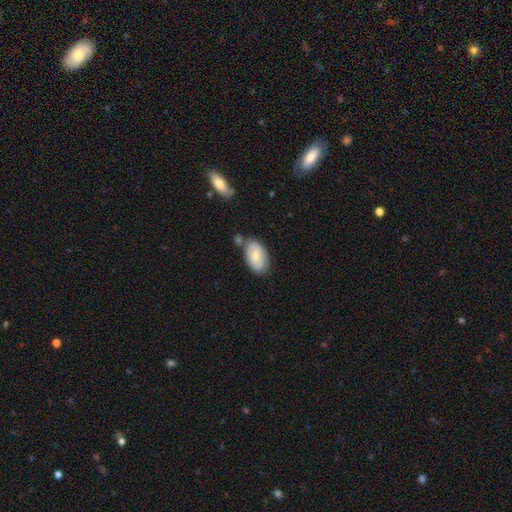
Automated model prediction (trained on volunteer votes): smooth_or_featured: smooth (p=0.61) [alt: featured or disk p=0.32]
how_rounded: in between (p=0.93) [alt: round p=0.06]
merging: none (p=0.63) [alt: minor disturbance p=0.20]